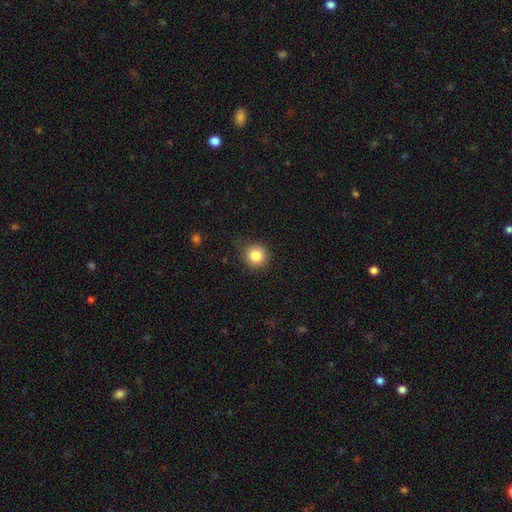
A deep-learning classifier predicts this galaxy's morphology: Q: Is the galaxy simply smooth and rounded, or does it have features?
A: smooth — 84%.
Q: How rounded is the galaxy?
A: round — 92%.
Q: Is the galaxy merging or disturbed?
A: none — 82%.